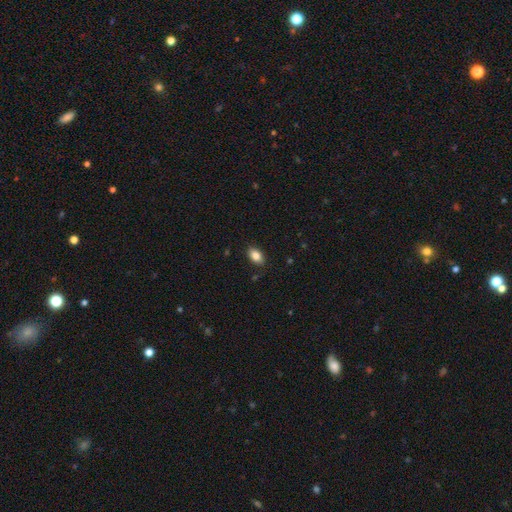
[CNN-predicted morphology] Smooth or featured: smooth — 85% (star or artifact — 8%)
How rounded: in between — 90% (round — 9%)
Merging: none — 87% (minor disturbance — 10%)